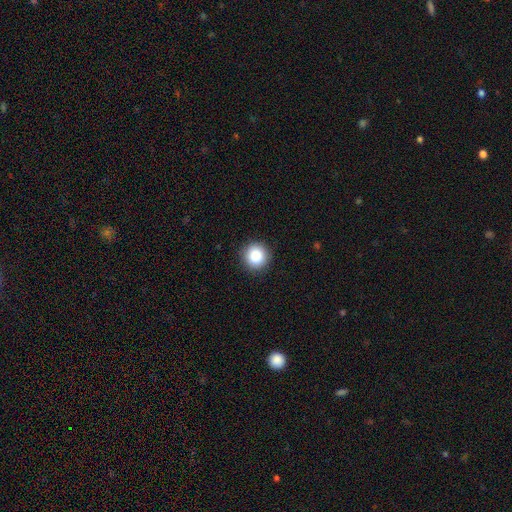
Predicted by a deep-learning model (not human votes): Morphology: type=smooth (87%); roundness=round (95%); merging=none (92%).